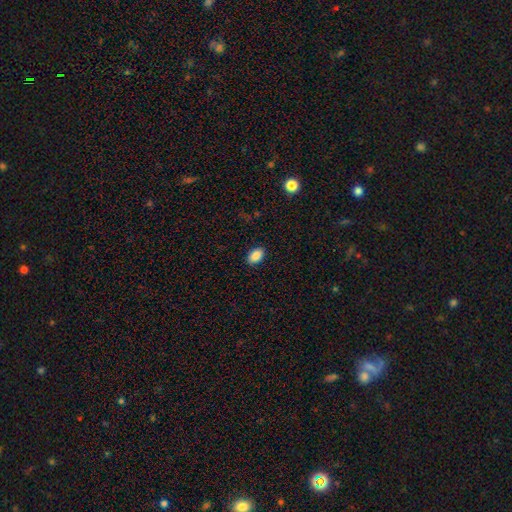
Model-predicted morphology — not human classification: A smooth galaxy with no disk features (87%) that is in between round and cigar-shaped (87%).

Vote fractions:
- Smooth or featured? smooth: 87% / star or artifact: 8% / featured or disk: 5%
- How rounded? in between: 87% / round: 11% / cigar-shaped: 1%
- Merging? none: 89% / minor disturbance: 8% / major disturbance: 2% / merger: 1%